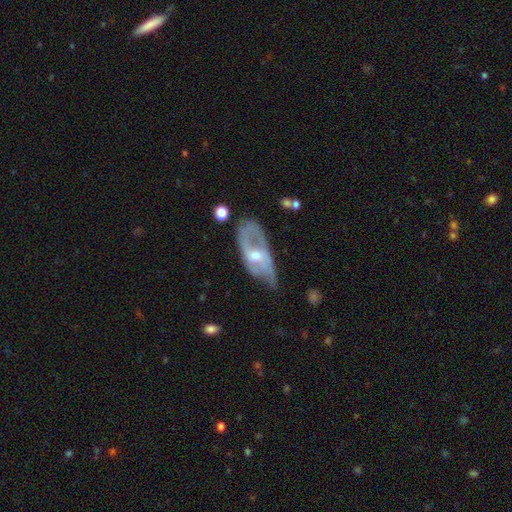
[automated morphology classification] This appears to be a featured or disk galaxy (71%) with no bar (55%), spiral arms (67%) and a moderate central bulge (58%). Merging: none (43%).